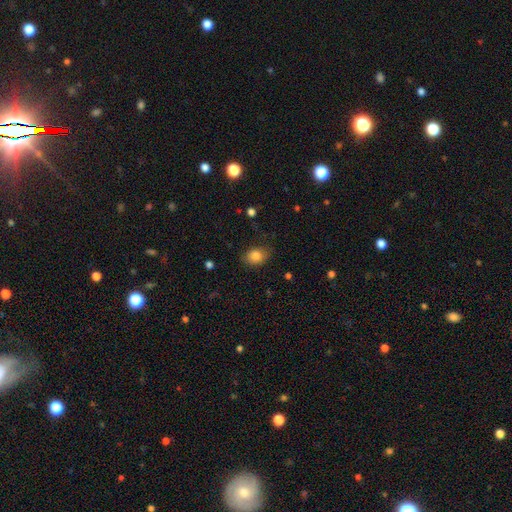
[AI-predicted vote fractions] The model was most divided on "how rounded": in between: 59%, round: 40%, cigar-shaped: 1%. More confident: smooth or featured — smooth (85%); merging — none (75%).